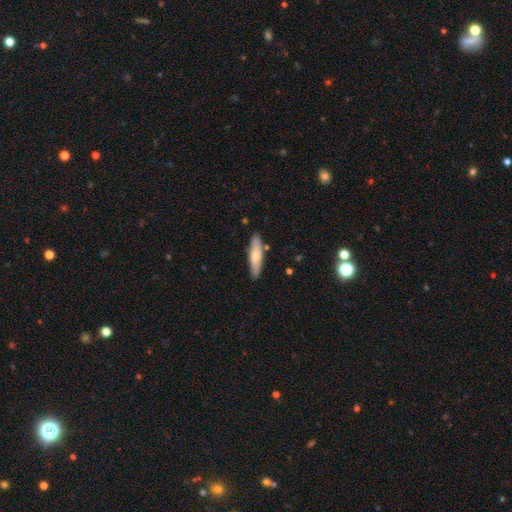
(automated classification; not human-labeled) smooth_or_featured: smooth (p=0.65) [alt: featured or disk p=0.30]
how_rounded: cigar-shaped (p=0.68) [alt: in between p=0.30]
merging: none (p=0.85) [alt: minor disturbance p=0.10]